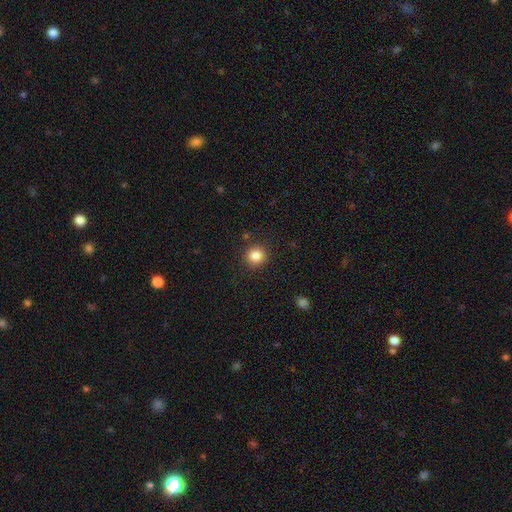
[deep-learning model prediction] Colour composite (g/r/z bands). It shows a smooth galaxy with no disk features (84%) that is round (93%). Merging: none (90%).